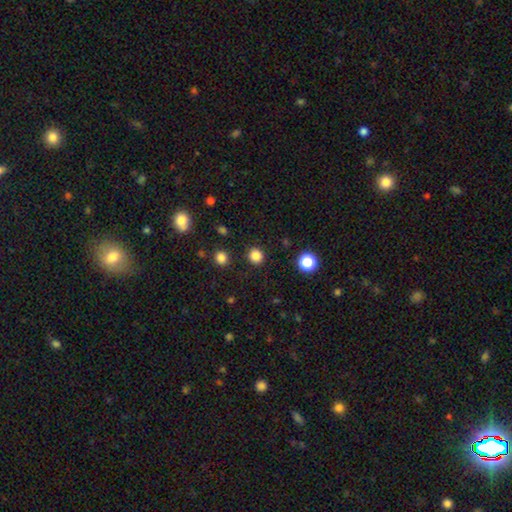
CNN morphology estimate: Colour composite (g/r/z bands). It shows a smooth galaxy with no disk features (84%) that is round (91%). Merging: none (91%).